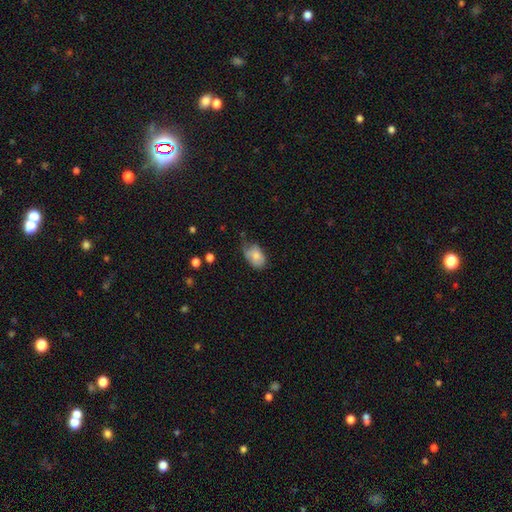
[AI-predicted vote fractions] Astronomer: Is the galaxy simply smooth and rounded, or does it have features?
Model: smooth — 77%.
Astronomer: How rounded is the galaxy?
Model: in between — 82%.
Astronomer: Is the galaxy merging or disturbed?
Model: none — 45% (runner-up: minor disturbance, 40%).